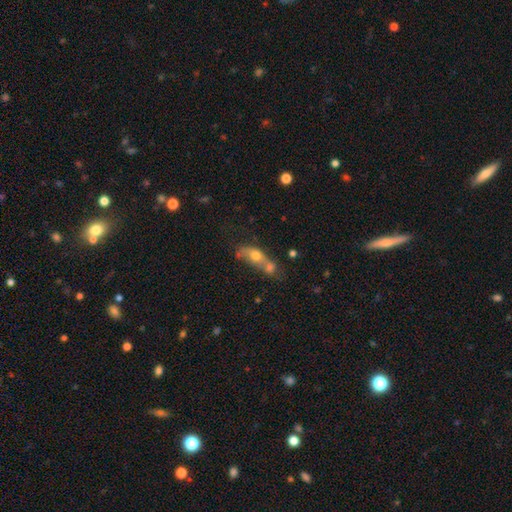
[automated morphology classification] smooth_or_featured: smooth (p=0.60) [alt: featured or disk p=0.29]
how_rounded: in between (p=0.59) [alt: round p=0.21]
merging: merger (p=0.63) [alt: none p=0.18]